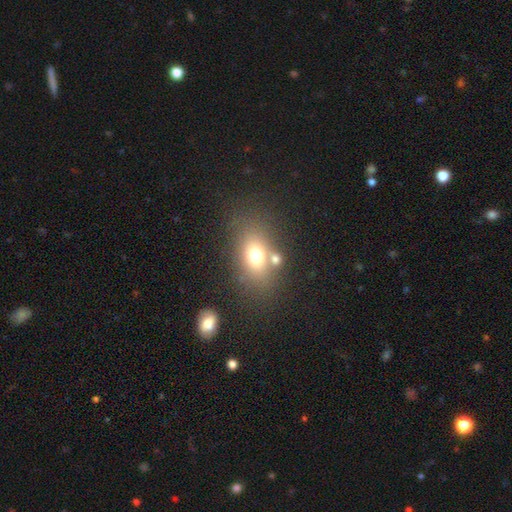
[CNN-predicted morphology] smooth_or_featured: smooth (p=0.68) [alt: featured or disk p=0.18]
how_rounded: in between (p=0.73) [alt: round p=0.24]
merging: none (p=0.59) [alt: merger p=0.23]